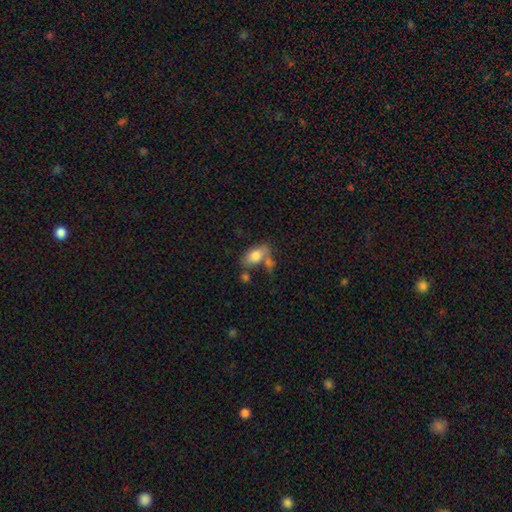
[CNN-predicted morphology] The model was most divided on "merging": none: 48%, merger: 24%, minor disturbance: 19%, major disturbance: 9%. More confident: how rounded — in between (91%); smooth or featured — smooth (77%).